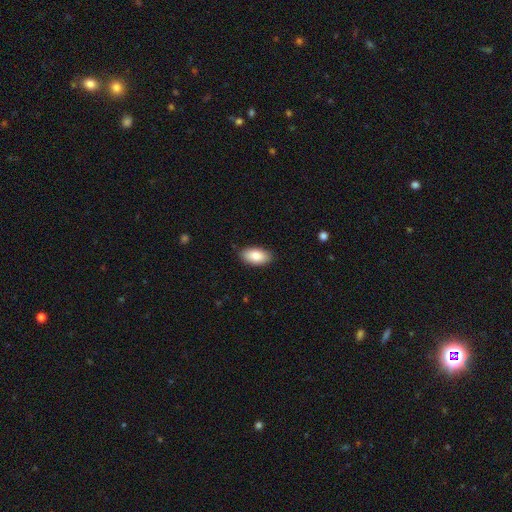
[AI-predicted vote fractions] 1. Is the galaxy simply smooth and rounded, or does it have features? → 84% smooth, 10% featured or disk, 6% star or artifact.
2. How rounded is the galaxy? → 94% in between, 3% round, 3% cigar-shaped.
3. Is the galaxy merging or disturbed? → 88% none, 10% minor disturbance, 2% major disturbance, 1% merger.